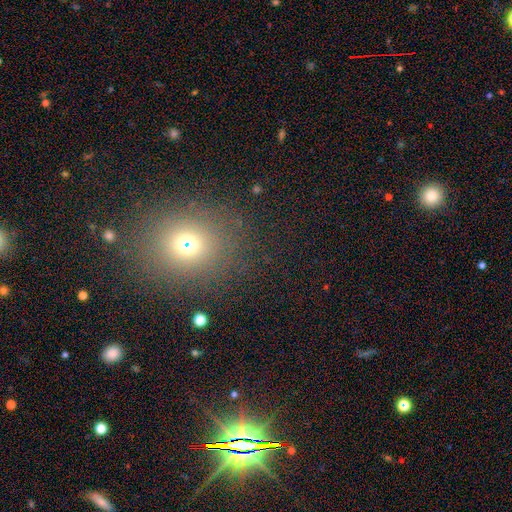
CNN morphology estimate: Smooth or featured? Predicted: smooth (p=0.55). How rounded? Predicted: round (p=0.69). Merging? Predicted: none (p=0.88).